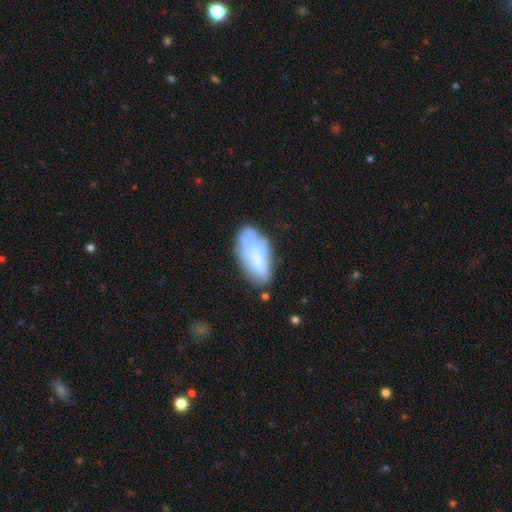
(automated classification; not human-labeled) The model was most divided on "merging": none: 47%, minor disturbance: 29%, major disturbance: 15%, merger: 8%. More confident: how rounded — in between (91%); smooth or featured — smooth (63%).